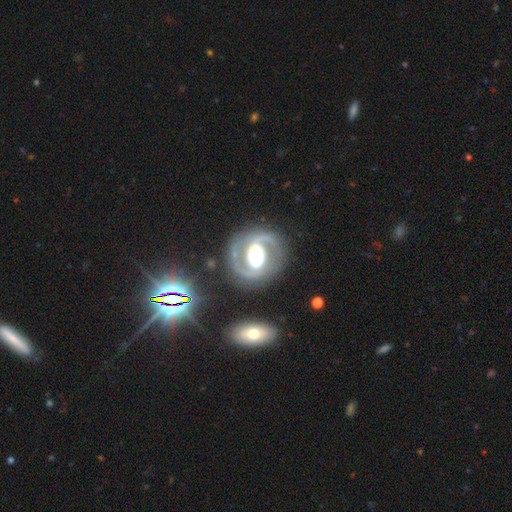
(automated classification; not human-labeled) Q: Smooth or featured?
A: featured or disk (84%); runner-up: smooth (11%)
Q: Edge-on disk?
A: no (97%); runner-up: yes (3%)
Q: Bar?
A: no (43%); runner-up: weak (30%)
Q: Spiral arms?
A: yes (83%); runner-up: no (17%)
Q: Spiral winding?
A: medium (47%); runner-up: tight (37%)
Q: Spiral arm count?
A: 2 (90%); runner-up: can't tell (4%)
Q: Bulge size?
A: moderate (47%); runner-up: large (42%)
Q: Merging?
A: none (80%); runner-up: minor disturbance (11%)